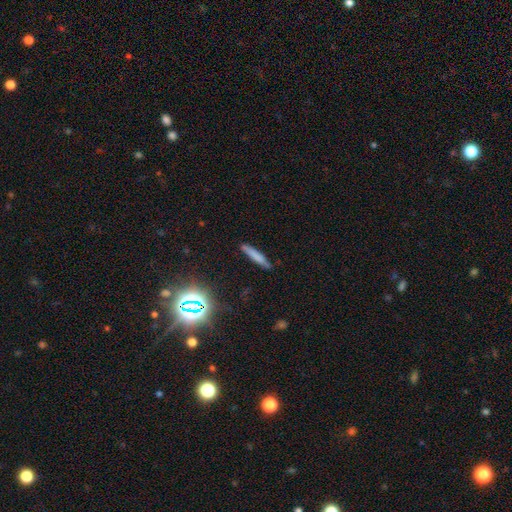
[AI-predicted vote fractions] The model was most divided on "smooth or featured": smooth: 73%, featured or disk: 17%, star or artifact: 11%. More confident: how rounded — cigar-shaped (90%); merging — none (83%).